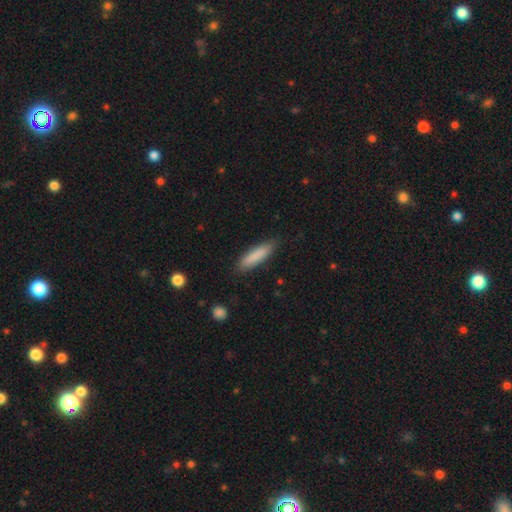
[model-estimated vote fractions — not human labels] Overall: smooth (85%). How rounded: cigar-shaped (75%). Merging: none (85%).